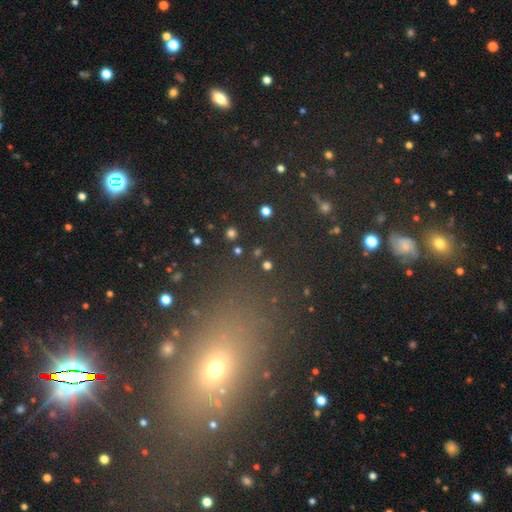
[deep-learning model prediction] The model was most divided on "smooth or featured": star or artifact: 47%, smooth: 39%, featured or disk: 14%.